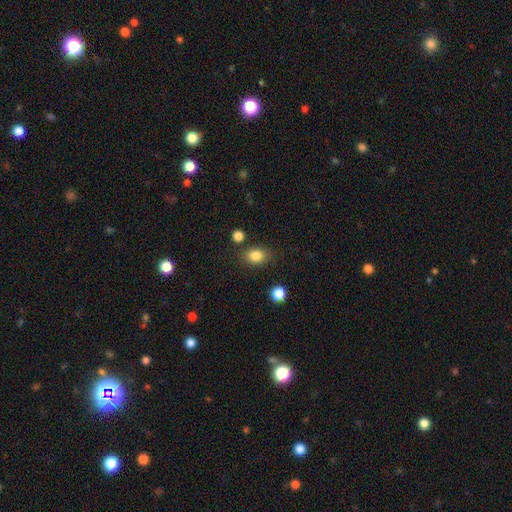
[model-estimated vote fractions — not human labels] The model was most divided on "how rounded": in between: 68%, round: 31%, cigar-shaped: 2%. More confident: smooth or featured — smooth (84%); merging — none (80%).